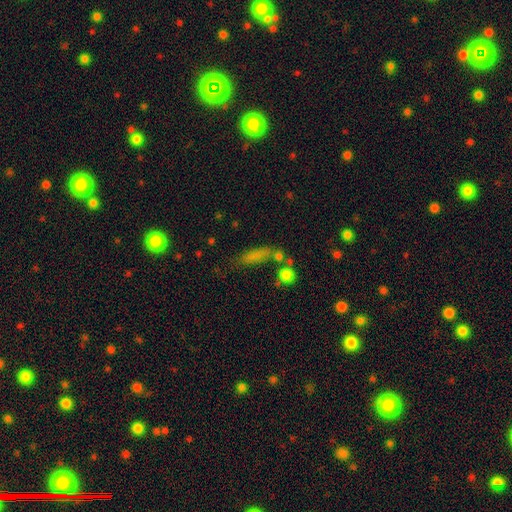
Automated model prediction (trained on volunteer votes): A smooth galaxy with no disk features (75%) that is cigar-shaped (54%).

Vote fractions:
- Smooth or featured? smooth: 75% / star or artifact: 13% / featured or disk: 12%
- How rounded? cigar-shaped: 54% / in between: 41% / round: 5%
- Merging? none: 62% / minor disturbance: 18% / merger: 12% / major disturbance: 8%